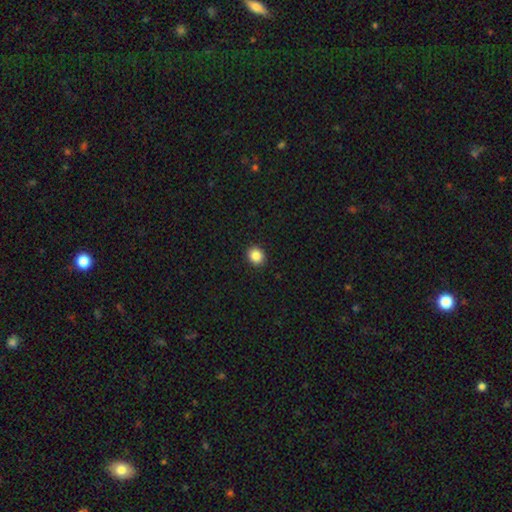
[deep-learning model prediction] This is clearly a smooth galaxy (86%). How rounded: likely round (79%). Merging: clearly none (92%).